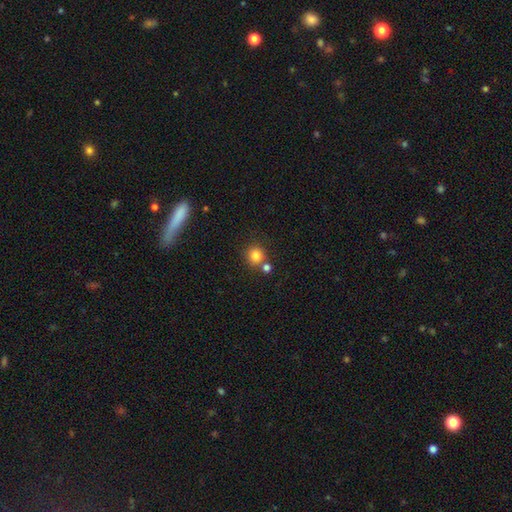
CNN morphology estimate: smooth_or_featured: smooth (p=0.83) [alt: star or artifact p=0.12]
how_rounded: round (p=0.92) [alt: in between p=0.07]
merging: none (p=0.70) [alt: merger p=0.19]